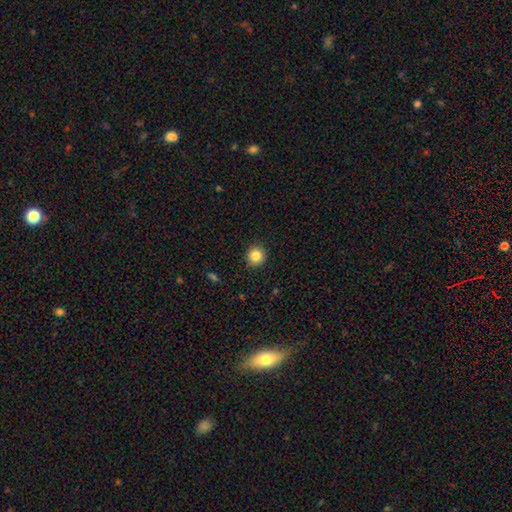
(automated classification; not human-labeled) smooth 84%, star or artifact 10%, featured or disk 6%. Down the decision tree: how rounded — round (94%); merging — none (91%).